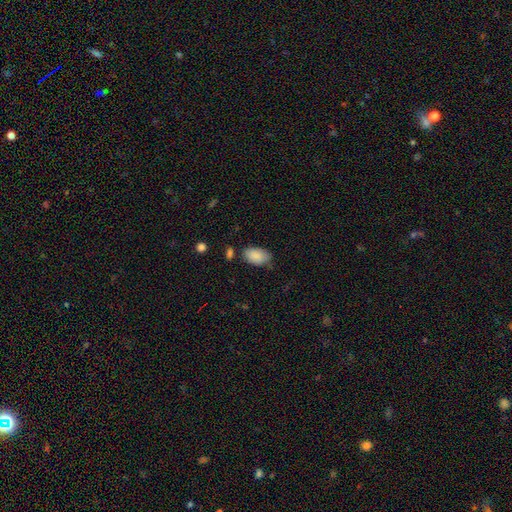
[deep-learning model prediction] Smooth or featured?
  - smooth: 88% *
  - star or artifact: 7%
  - featured or disk: 5%
How rounded?
  - in between: 92% *
  - round: 7%
  - cigar-shaped: 1%
Merging?
  - none: 64% *
  - minor disturbance: 26%
  - major disturbance: 5%
  - merger: 5%